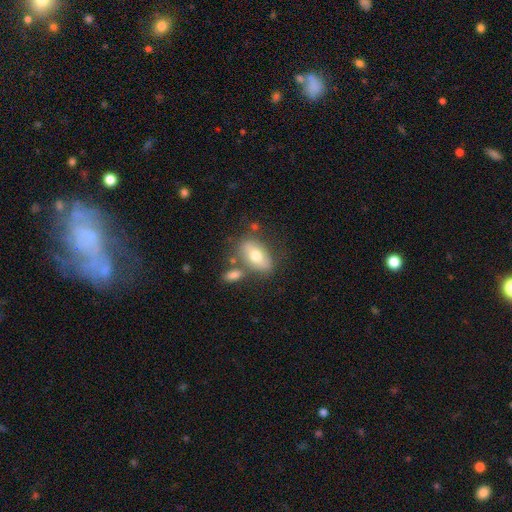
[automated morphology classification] smooth_or_featured: smooth (p=0.67) [alt: featured or disk p=0.26]
how_rounded: in between (p=0.89) [alt: round p=0.07]
merging: none (p=0.60) [alt: merger p=0.17]